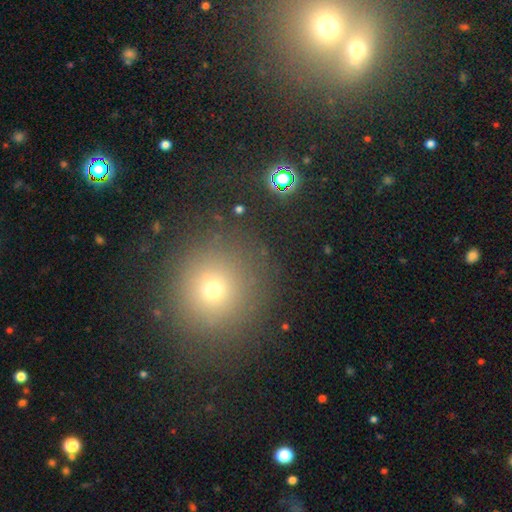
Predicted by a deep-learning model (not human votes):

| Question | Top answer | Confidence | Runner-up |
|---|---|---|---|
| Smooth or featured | smooth | 56% | star or artifact (33%) |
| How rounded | round | 91% | in between (7%) |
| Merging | none | 85% | minor disturbance (6%) |